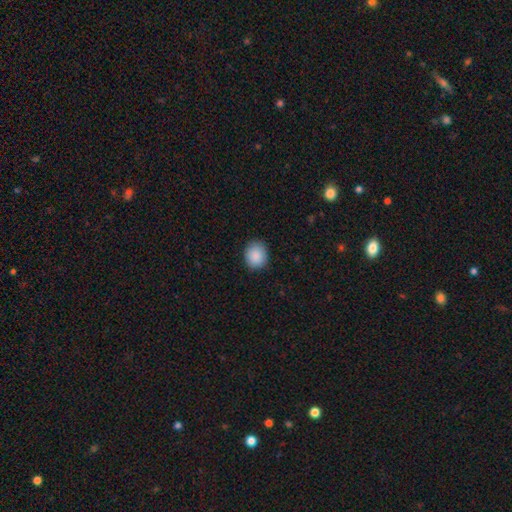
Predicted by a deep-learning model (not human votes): smooth_or_featured: smooth (p=0.89) [alt: star or artifact p=0.07]
how_rounded: round (p=0.63) [alt: in between p=0.37]
merging: none (p=0.87) [alt: minor disturbance p=0.10]